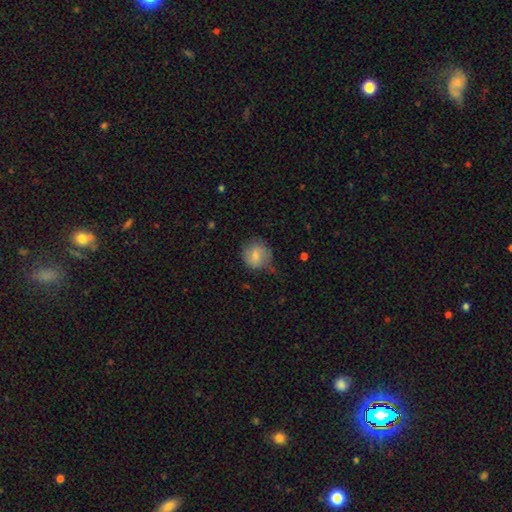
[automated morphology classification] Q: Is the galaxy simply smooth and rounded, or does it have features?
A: smooth — 73%.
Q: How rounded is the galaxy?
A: round — 85%.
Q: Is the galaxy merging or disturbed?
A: none — 65%.